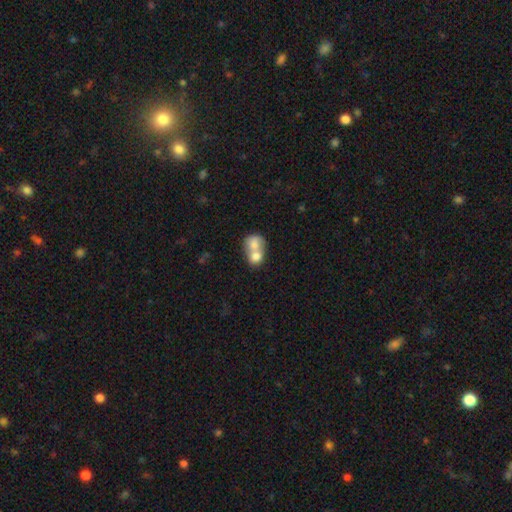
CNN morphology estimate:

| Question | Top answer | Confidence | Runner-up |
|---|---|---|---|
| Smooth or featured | smooth | 71% | featured or disk (22%) |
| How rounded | round | 54% | in between (45%) |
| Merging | merger | 76% | none (16%) |